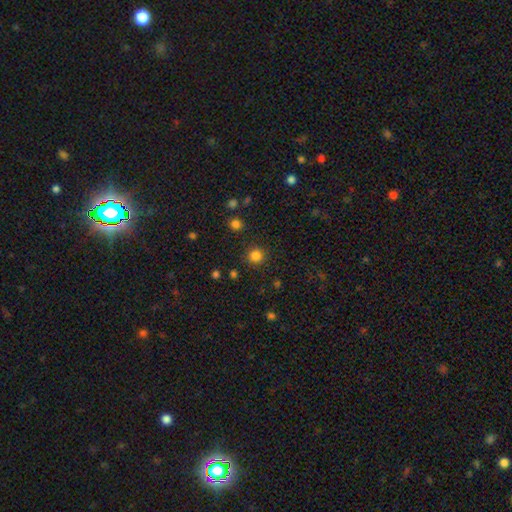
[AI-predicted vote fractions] Smooth or featured: smooth — 83% (star or artifact — 14%)
How rounded: round — 92% (in between — 7%)
Merging: none — 89% (minor disturbance — 6%)